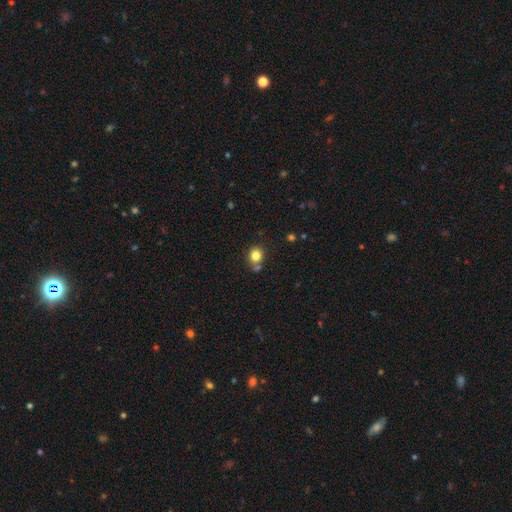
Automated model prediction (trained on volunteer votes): This appears to be a smooth galaxy with no disk features (82%) that is round (76%). Merging: none (71%).